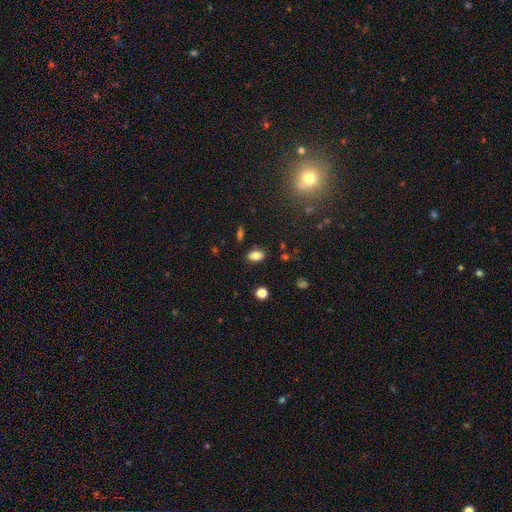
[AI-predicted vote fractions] A smooth galaxy with no disk features (83%) that is in between round and cigar-shaped (87%). Merging: none (84%).